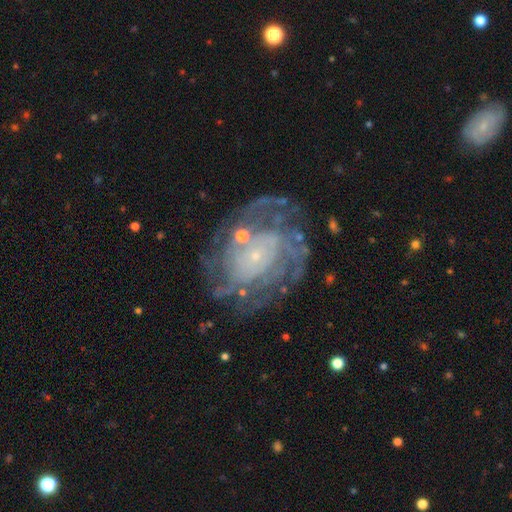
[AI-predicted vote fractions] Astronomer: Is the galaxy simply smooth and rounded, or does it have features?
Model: featured or disk — 84%.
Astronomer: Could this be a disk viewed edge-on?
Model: no — 97%.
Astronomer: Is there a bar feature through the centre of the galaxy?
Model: no — 79%.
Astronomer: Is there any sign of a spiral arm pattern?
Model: yes — 93%.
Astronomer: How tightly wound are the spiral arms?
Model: tight — 69%.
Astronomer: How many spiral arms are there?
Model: can't tell — 33% (runner-up: 4, 19%).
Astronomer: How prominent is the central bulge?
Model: small — 85%.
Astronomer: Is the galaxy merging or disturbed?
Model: none — 70%.